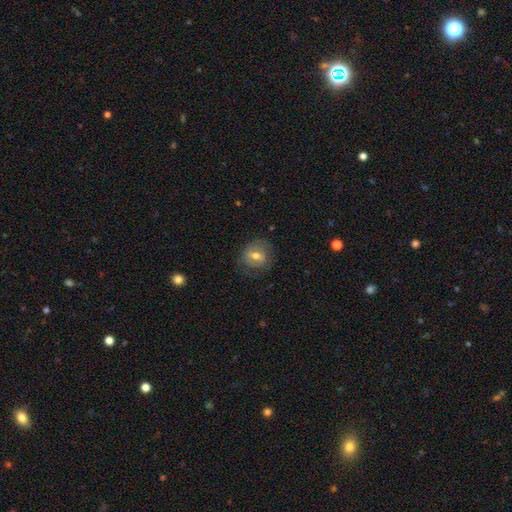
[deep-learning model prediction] A smooth galaxy with no disk features (51%) that is round (75%).

Vote fractions:
- Smooth or featured? smooth: 51% / featured or disk: 41% / star or artifact: 8%
- How rounded? round: 75% / in between: 24% / cigar-shaped: 1%
- Merging? none: 73% / minor disturbance: 18% / major disturbance: 8% / merger: 1%